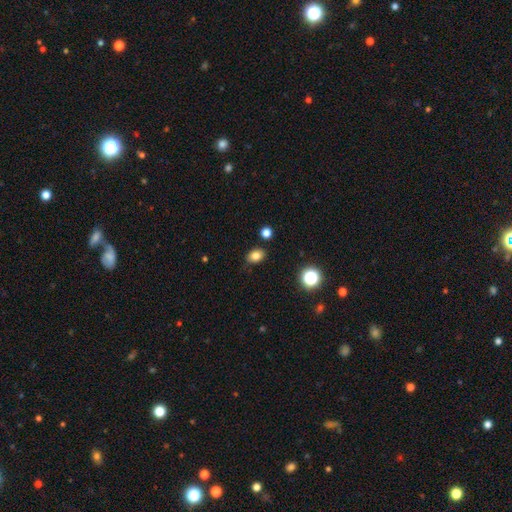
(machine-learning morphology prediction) Smooth or featured: smooth — 81% (star or artifact — 13%)
How rounded: in between — 71% (round — 28%)
Merging: none — 82% (minor disturbance — 13%)